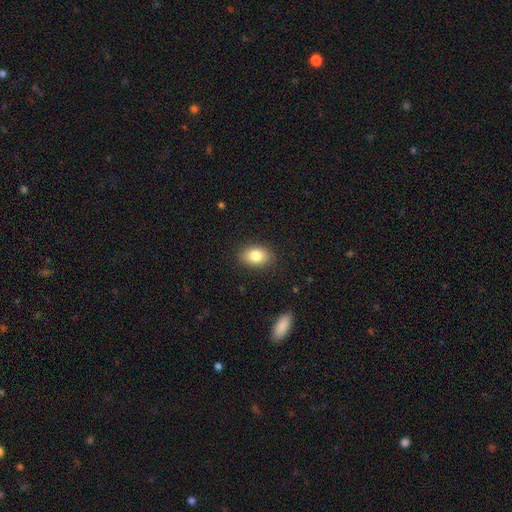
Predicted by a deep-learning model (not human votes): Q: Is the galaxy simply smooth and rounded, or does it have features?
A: smooth — 83%.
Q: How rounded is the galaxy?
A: in between — 84%.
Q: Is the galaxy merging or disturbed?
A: none — 87%.